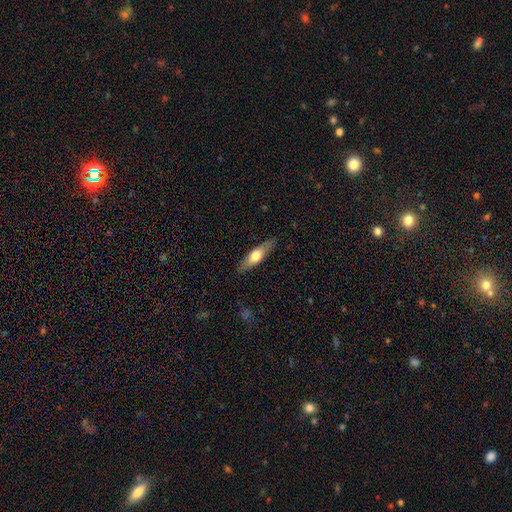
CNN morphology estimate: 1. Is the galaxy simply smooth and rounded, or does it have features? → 52% smooth, 43% featured or disk, 6% star or artifact.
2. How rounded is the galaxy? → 65% cigar-shaped, 32% in between, 2% round.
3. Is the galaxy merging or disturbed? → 86% none, 11% minor disturbance, 2% major disturbance, 1% merger.